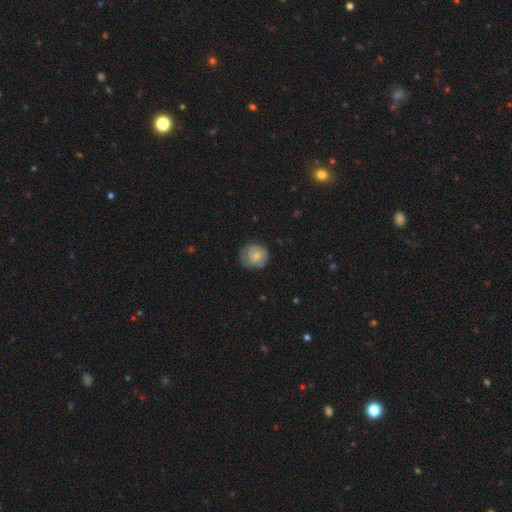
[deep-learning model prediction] Overall: smooth (65%; featured or disk 28%). How rounded: round (85%). Merging: none (66%).